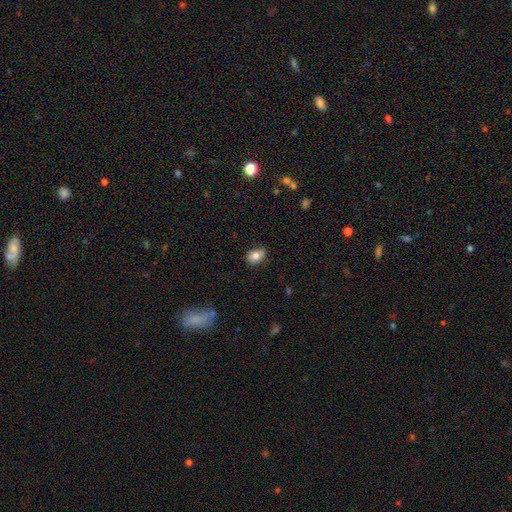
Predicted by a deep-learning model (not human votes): This appears to be a smooth galaxy with no disk features (79%) that is in between round and cigar-shaped (66%). Merging: none (71%).